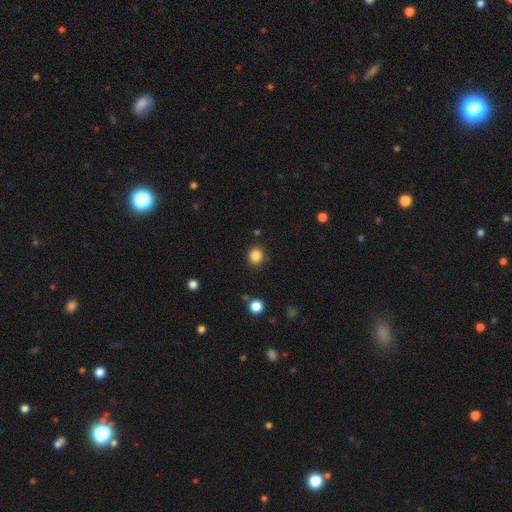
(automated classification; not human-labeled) Overall: smooth (84%). How rounded: round (79%). Merging: none (88%).